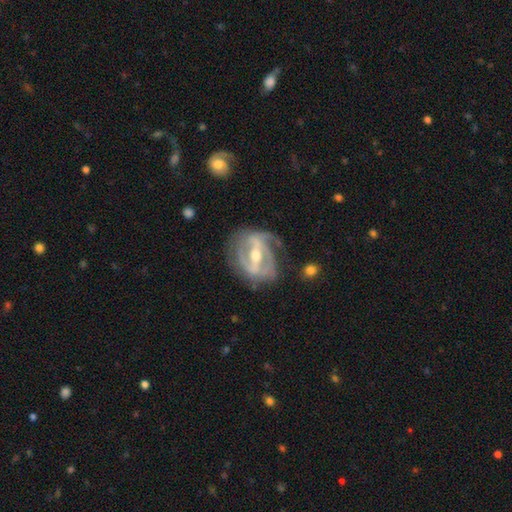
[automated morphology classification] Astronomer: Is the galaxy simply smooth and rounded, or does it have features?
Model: featured or disk — 88%.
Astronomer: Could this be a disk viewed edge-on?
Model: no — 95%.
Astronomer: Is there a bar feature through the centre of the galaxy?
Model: strong — 69%.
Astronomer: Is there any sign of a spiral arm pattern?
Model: yes — 87%.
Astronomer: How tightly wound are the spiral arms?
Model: tight — 43% (runner-up: medium, 41%).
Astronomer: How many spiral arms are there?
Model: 2 — 61%.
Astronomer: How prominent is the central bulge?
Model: moderate — 67%.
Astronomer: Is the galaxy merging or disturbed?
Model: none — 63%.